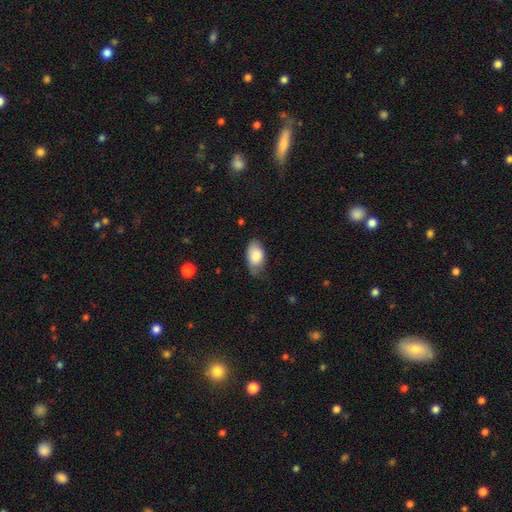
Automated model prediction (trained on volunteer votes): Smooth or featured? Predicted: smooth (p=0.84). How rounded? Predicted: in between (p=0.94). Merging? Predicted: none (p=0.62).